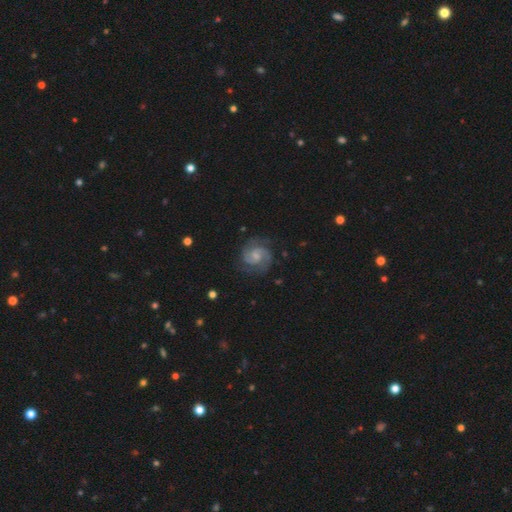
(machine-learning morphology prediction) Q: Smooth or featured?
A: featured or disk (86%); runner-up: smooth (8%)
Q: Edge-on disk?
A: no (98%); runner-up: yes (2%)
Q: Bar?
A: no (50%); runner-up: weak (43%)
Q: Spiral arms?
A: yes (98%); runner-up: no (2%)
Q: Spiral winding?
A: medium (49%); runner-up: tight (42%)
Q: Spiral arm count?
A: 2 (83%); runner-up: 3 (6%)
Q: Bulge size?
A: small (52%); runner-up: moderate (30%)
Q: Merging?
A: none (78%); runner-up: minor disturbance (15%)